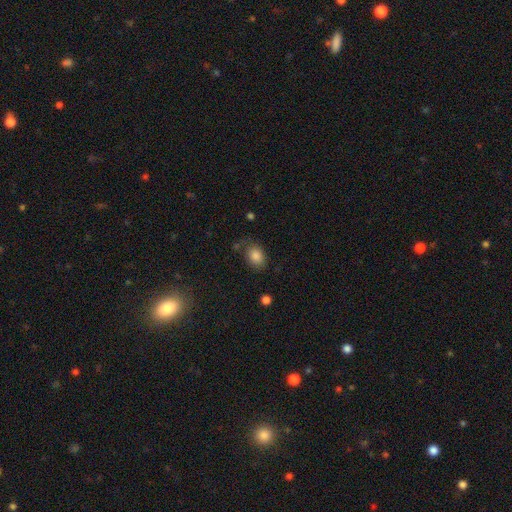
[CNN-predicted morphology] This is clearly a smooth galaxy (84%). How rounded: likely in between (63%). Merging: likely none (69%).